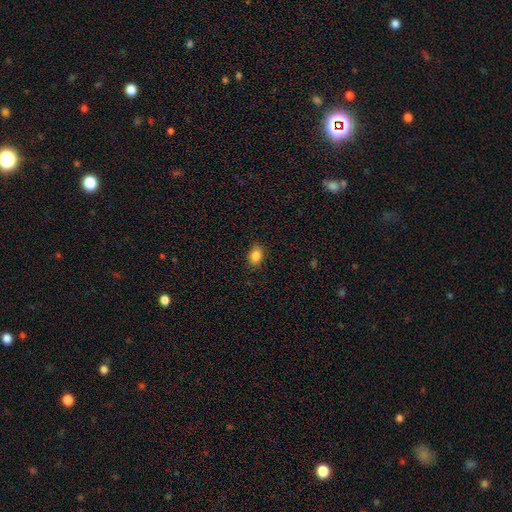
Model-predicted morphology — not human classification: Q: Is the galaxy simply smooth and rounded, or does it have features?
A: smooth — 85%.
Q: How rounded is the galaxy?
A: in between — 69%.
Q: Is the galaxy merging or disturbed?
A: none — 85%.